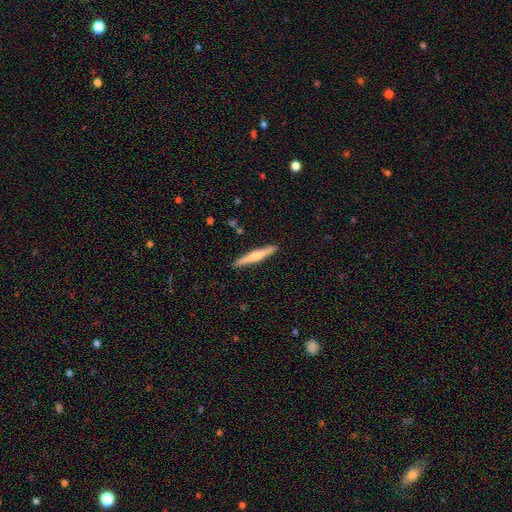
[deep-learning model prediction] smooth-or-featured: featured or disk: 51% | smooth: 43% | star or artifact: 5%
  disk-edge-on: yes: 97% | no: 3%
    edge-on-bulge: rounded: 77% | none: 14% | boxy: 9%
  merging: none: 91% | minor disturbance: 7% | major disturbance: 1% | merger: 1%